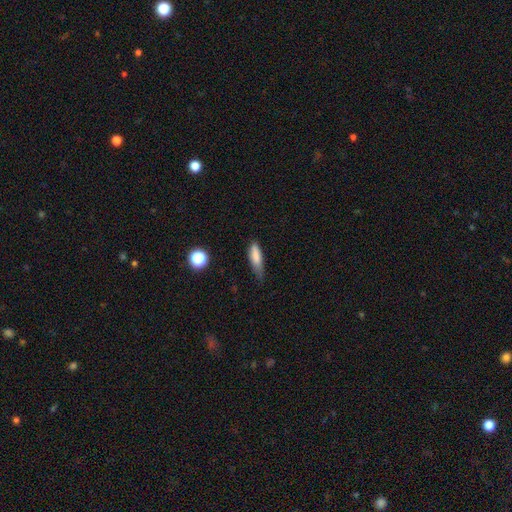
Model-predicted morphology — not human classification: Smooth or featured: smooth — 81% (featured or disk — 10%)
How rounded: cigar-shaped — 55% (in between — 43%)
Merging: none — 46% (minor disturbance — 42%)